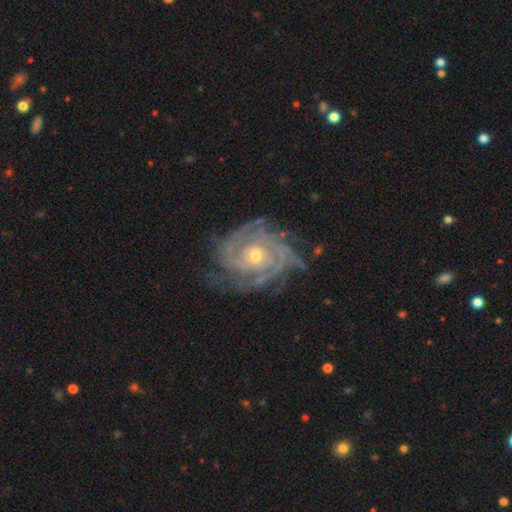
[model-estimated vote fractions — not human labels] Smooth or featured: featured or disk — 92% (star or artifact — 5%)
Edge-on disk: no — 97% (yes — 3%)
Bar: no — 71% (weak — 22%)
Spiral arms: yes — 98% (no — 2%)
Spiral winding: tight — 76% (medium — 21%)
Spiral arm count: 3 — 27% (2 — 20%)
Bulge size: small — 56% (moderate — 41%)
Merging: none — 70% (minor disturbance — 20%)